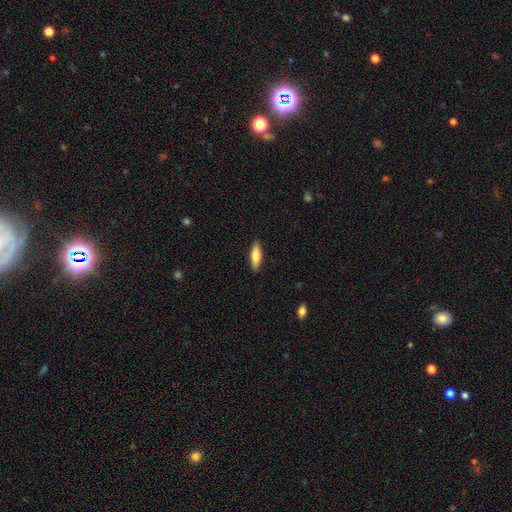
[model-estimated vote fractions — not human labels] A smooth galaxy with no disk features (77%) that is cigar-shaped (51%). Merging: none (89%).